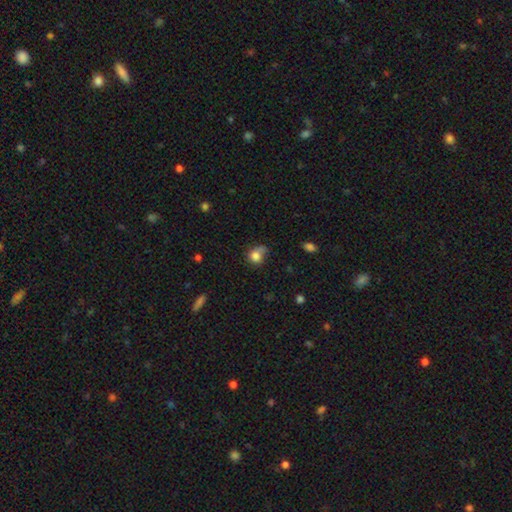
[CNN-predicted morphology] Smooth or featured: smooth — 80% (star or artifact — 10%)
How rounded: round — 72% (in between — 27%)
Merging: none — 43% (minor disturbance — 31%)